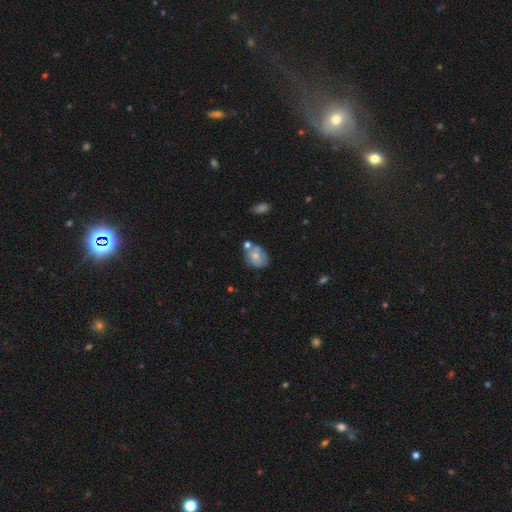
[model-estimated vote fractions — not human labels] Q: Smooth or featured?
A: smooth (64%); runner-up: featured or disk (27%)
Q: How rounded?
A: in between (59%); runner-up: round (40%)
Q: Merging?
A: none (46%); runner-up: merger (24%)